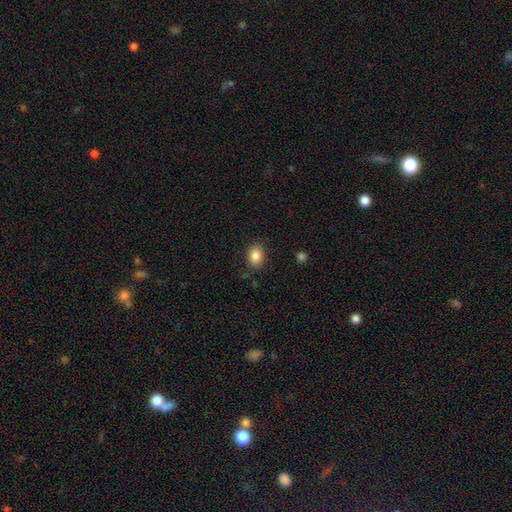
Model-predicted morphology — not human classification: A smooth galaxy with no disk features (86%) that is in between round and cigar-shaped (70%).

Vote fractions:
- Smooth or featured? smooth: 86% / star or artifact: 9% / featured or disk: 6%
- How rounded? in between: 70% / round: 29% / cigar-shaped: 1%
- Merging? none: 84% / minor disturbance: 12% / major disturbance: 3% / merger: 2%